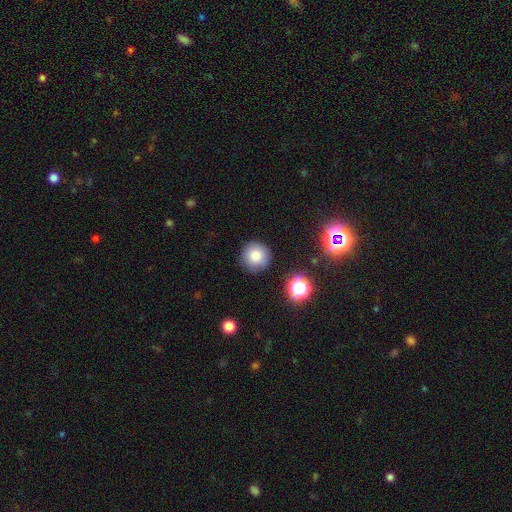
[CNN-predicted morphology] This appears to be a smooth galaxy with no disk features (80%) that is round (95%). Merging: none (87%).